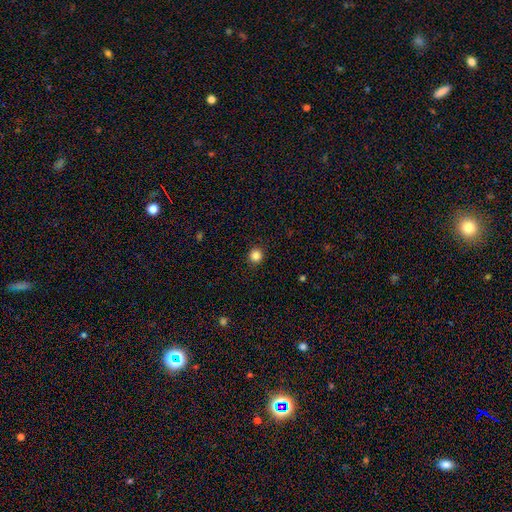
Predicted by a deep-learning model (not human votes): Smooth or featured? smooth (85%)
How rounded? round (93%)
Merging? none (92%)